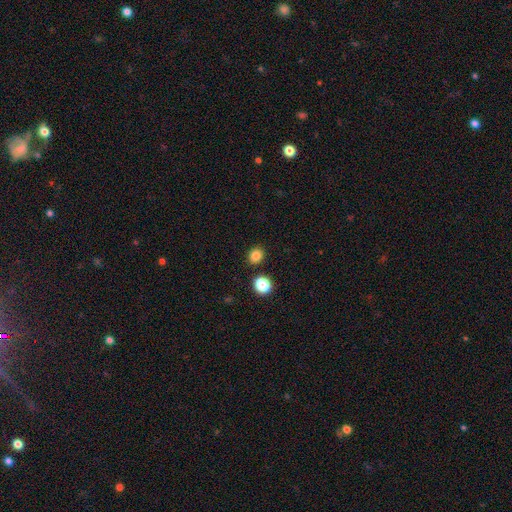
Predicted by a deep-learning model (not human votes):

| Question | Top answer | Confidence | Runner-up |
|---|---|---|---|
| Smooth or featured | smooth | 83% | star or artifact (13%) |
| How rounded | round | 68% | in between (31%) |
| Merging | none | 87% | minor disturbance (7%) |